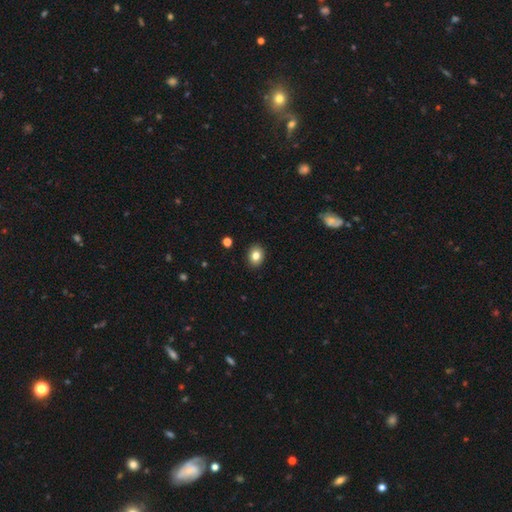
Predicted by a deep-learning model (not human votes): A smooth galaxy with no disk features (82%) that is in between round and cigar-shaped (56%).

Vote fractions:
- Smooth or featured? smooth: 82% / star or artifact: 9% / featured or disk: 8%
- How rounded? in between: 56% / round: 43% / cigar-shaped: 1%
- Merging? none: 91% / minor disturbance: 6% / major disturbance: 2% / merger: 1%